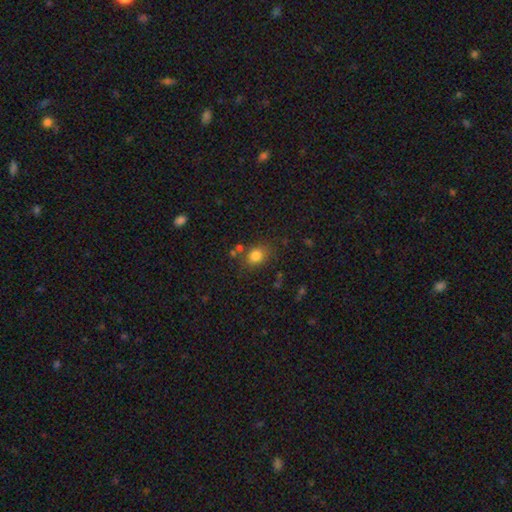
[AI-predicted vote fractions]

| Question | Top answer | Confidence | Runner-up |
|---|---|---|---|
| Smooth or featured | smooth | 81% | star or artifact (12%) |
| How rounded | round | 55% | in between (44%) |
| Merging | none | 72% | minor disturbance (14%) |